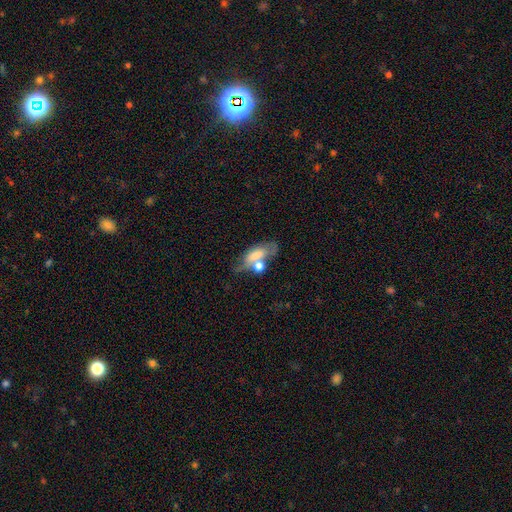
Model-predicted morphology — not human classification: Smooth or featured?
  - smooth: 50% *
  - featured or disk: 40%
  - star or artifact: 10%
How rounded?
  - in between: 79% *
  - cigar-shaped: 14%
  - round: 7%
Merging?
  - merger: 35% *
  - none: 31%
  - minor disturbance: 19%
  - major disturbance: 15%